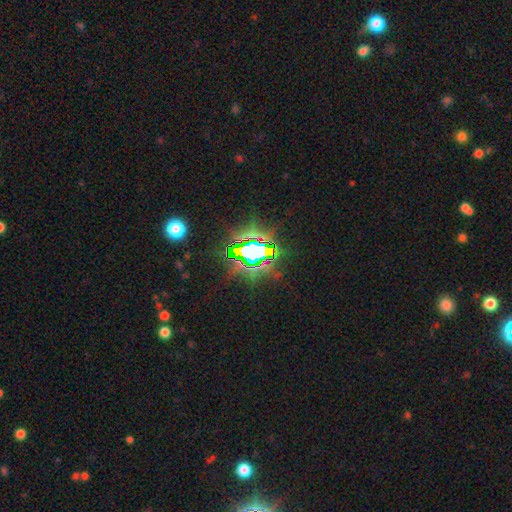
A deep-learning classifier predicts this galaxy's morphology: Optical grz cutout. It shows a star or artifact, not a galaxy (78%).